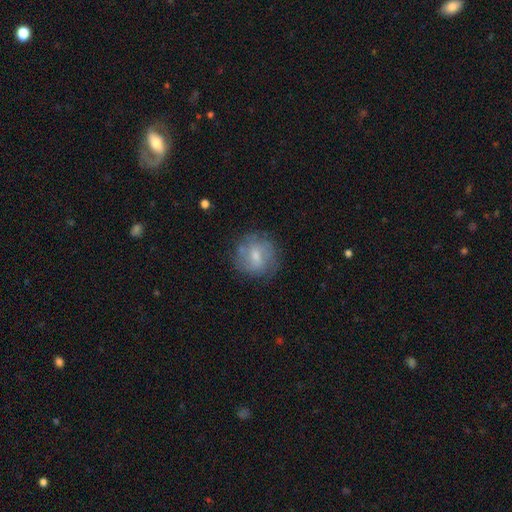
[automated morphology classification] type=smooth (51%); roundness=round (85%); merging=none (74%).